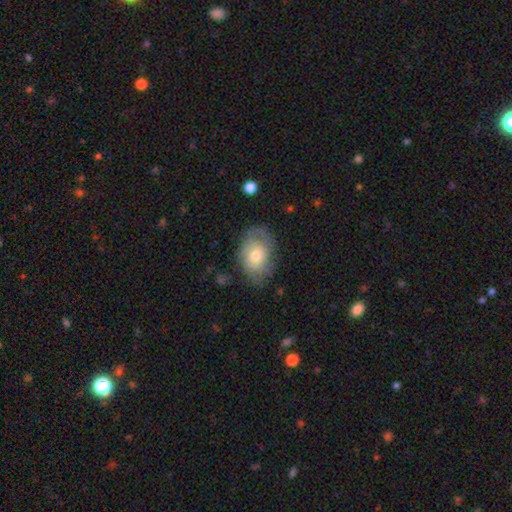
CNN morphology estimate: Q: Smooth or featured?
A: smooth (53%); runner-up: featured or disk (40%)
Q: How rounded?
A: in between (78%); runner-up: round (20%)
Q: Merging?
A: none (60%); runner-up: minor disturbance (27%)